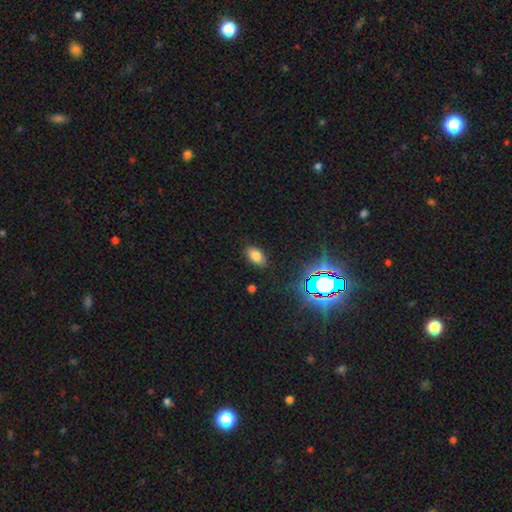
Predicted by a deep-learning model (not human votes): A smooth galaxy with no disk features (75%) that is in between round and cigar-shaped (91%).

Vote fractions:
- Smooth or featured? smooth: 75% / star or artifact: 17% / featured or disk: 7%
- How rounded? in between: 91% / round: 7% / cigar-shaped: 2%
- Merging? none: 85% / minor disturbance: 10% / major disturbance: 3% / merger: 1%